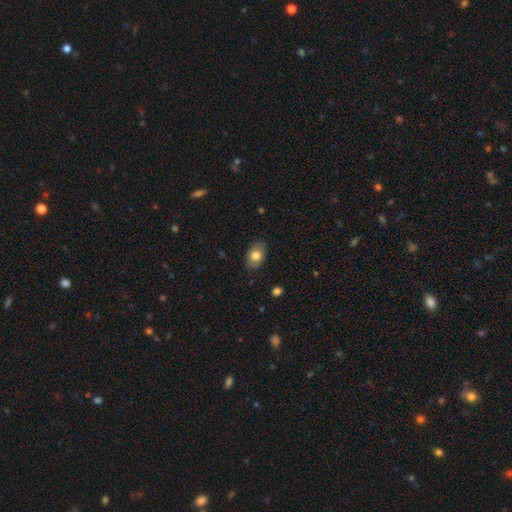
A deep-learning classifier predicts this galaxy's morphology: This is likely a smooth galaxy (77%). How rounded: clearly in between (86%). Merging: clearly none (82%).